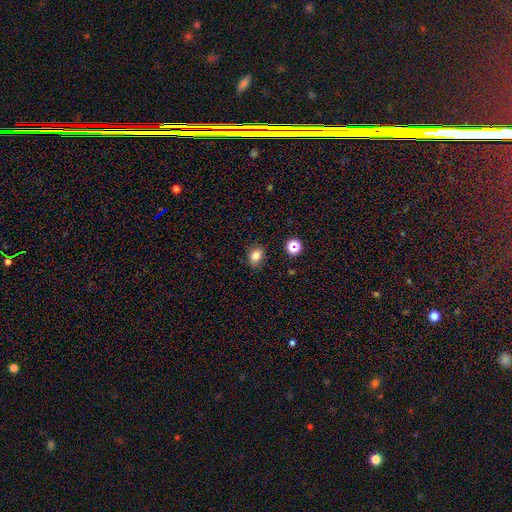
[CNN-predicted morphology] smooth-or-featured: smooth: 80% | star or artifact: 13% | featured or disk: 8%
  how-rounded: in between: 72% | round: 27% | cigar-shaped: 1%
  merging: none: 80% | minor disturbance: 14% | major disturbance: 3% | merger: 2%